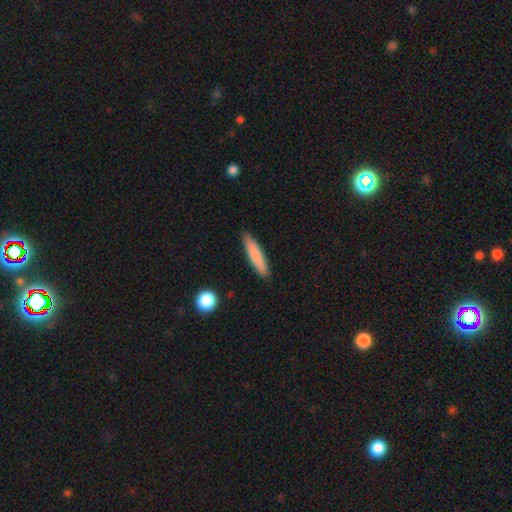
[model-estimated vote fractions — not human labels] A smooth galaxy with no disk features (80%) that is cigar-shaped (86%).

Vote fractions:
- Smooth or featured? smooth: 80% / featured or disk: 14% / star or artifact: 6%
- How rounded? cigar-shaped: 86% / in between: 13% / round: 1%
- Merging? none: 89% / minor disturbance: 9% / major disturbance: 2% / merger: 1%